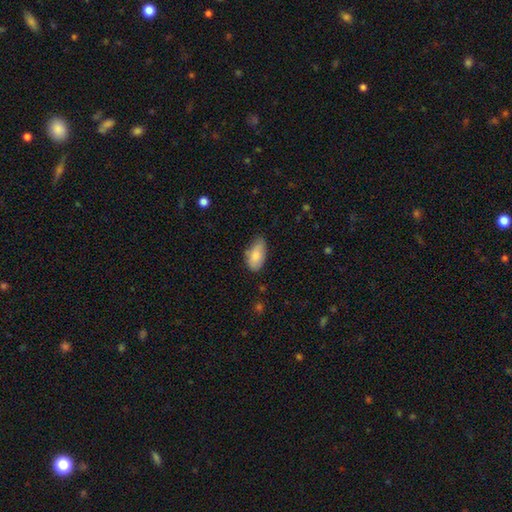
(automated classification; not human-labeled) Smooth or featured? smooth (82%)
How rounded? in between (93%)
Merging? none (54%)